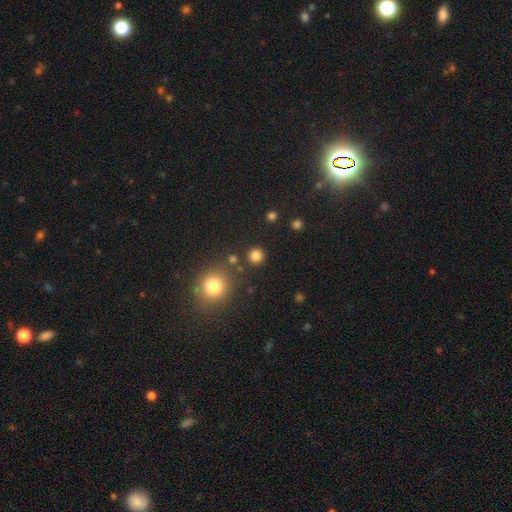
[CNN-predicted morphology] Smooth or featured? Predicted: smooth (p=0.82). How rounded? Predicted: round (p=0.93). Merging? Predicted: none (p=0.89).